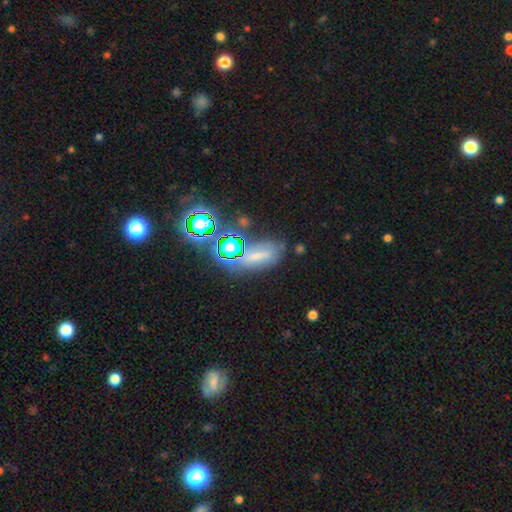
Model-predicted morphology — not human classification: A smooth galaxy with no disk features (46%). Merging: none (56%).